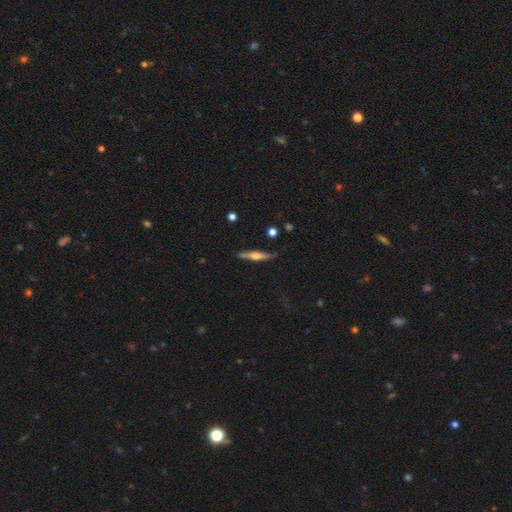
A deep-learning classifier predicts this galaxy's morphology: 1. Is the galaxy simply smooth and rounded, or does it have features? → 58% featured or disk, 35% smooth, 6% star or artifact.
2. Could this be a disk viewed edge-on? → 95% yes, 5% no.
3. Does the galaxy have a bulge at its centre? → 81% rounded, 12% boxy, 8% none.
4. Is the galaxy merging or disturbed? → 83% none, 12% minor disturbance, 2% major disturbance, 2% merger.